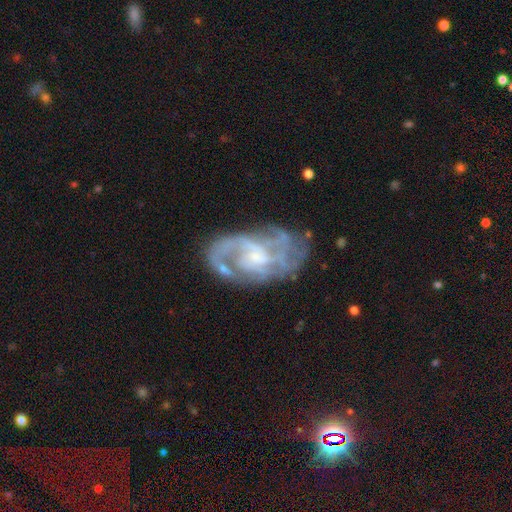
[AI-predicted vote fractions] smooth-or-featured: featured or disk: 82% | smooth: 11% | star or artifact: 7%
  disk-edge-on: no: 97% | yes: 3%
    bar: no: 57% | weak: 36% | strong: 7%
    has-spiral-arms: yes: 86% | no: 14%
      spiral-winding: medium: 41% | tight: 38% | loose: 21%
      spiral-arm-count: can't tell: 40% | 2: 25% | 3: 15% | 1: 9% | 4: 6% | more than 4: 5%
    bulge-size: small: 44% | moderate: 32% | none: 17% | large: 5% | dominant: 1%
  merging: none: 57% | minor disturbance: 21% | major disturbance: 18% | merger: 3%